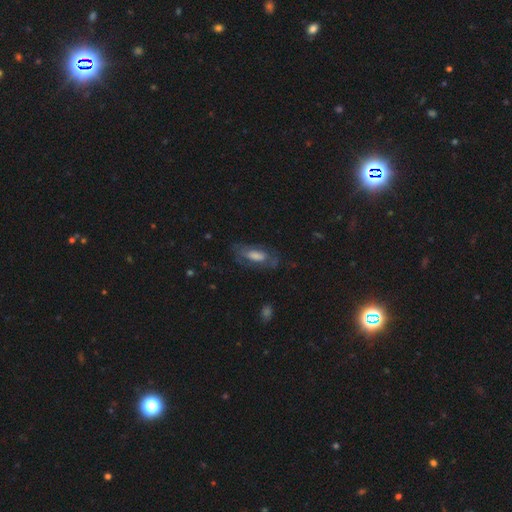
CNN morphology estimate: smooth-or-featured: featured or disk: 50% | smooth: 39% | star or artifact: 10%
  disk-edge-on: no: 78% | yes: 22%
  merging: none: 67% | minor disturbance: 20% | major disturbance: 11% | merger: 2%